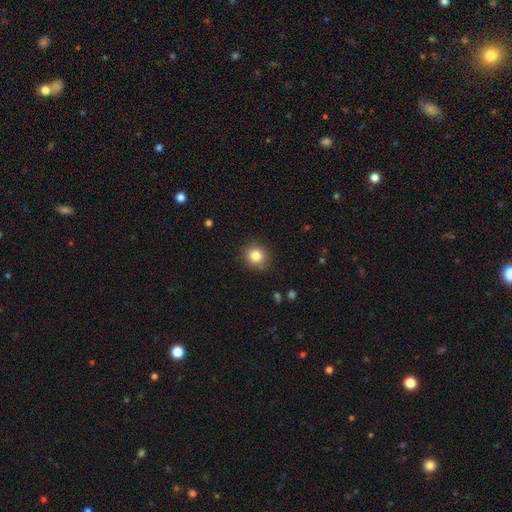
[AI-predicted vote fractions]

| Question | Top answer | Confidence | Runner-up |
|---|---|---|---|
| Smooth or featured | smooth | 84% | star or artifact (10%) |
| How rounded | round | 84% | in between (15%) |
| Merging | none | 84% | minor disturbance (11%) |